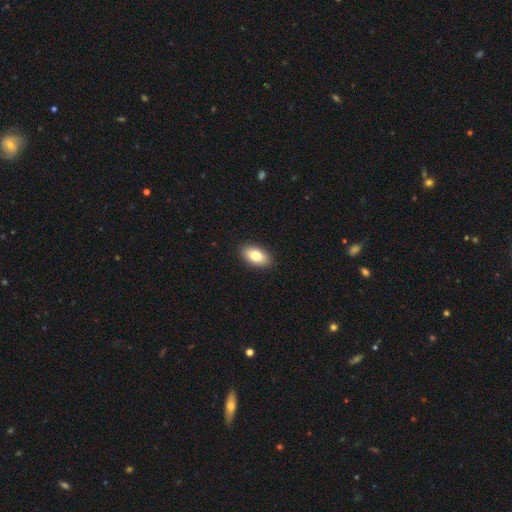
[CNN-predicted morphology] Smooth or featured: smooth — 79% (featured or disk — 13%)
How rounded: in between — 93% (round — 5%)
Merging: none — 91% (minor disturbance — 7%)